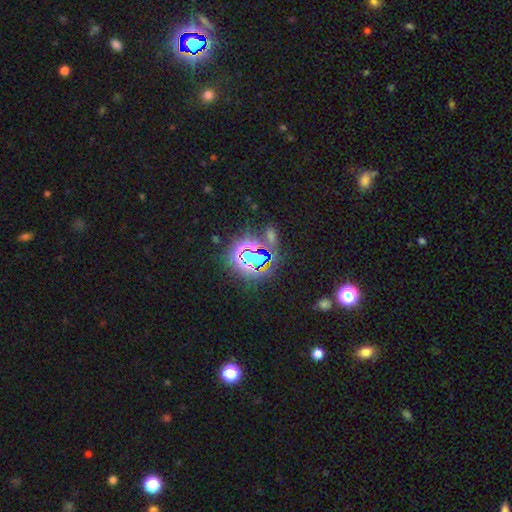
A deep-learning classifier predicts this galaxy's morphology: star or artifact 76%, smooth 17%, featured or disk 8%.